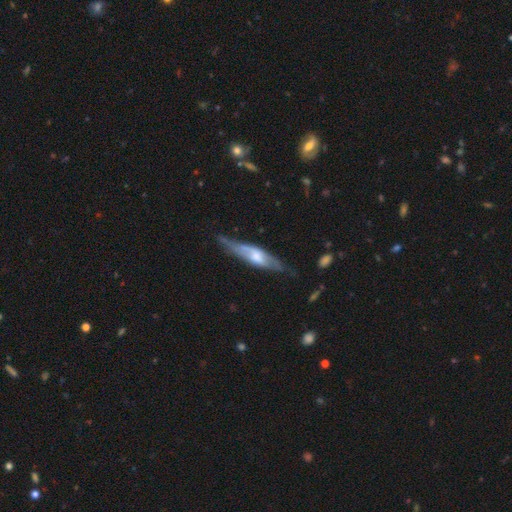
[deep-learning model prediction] smooth-or-featured: featured or disk: 61% | smooth: 33% | star or artifact: 5%
  disk-edge-on: yes: 70% | no: 30%
  merging: none: 61% | minor disturbance: 27% | major disturbance: 10% | merger: 3%